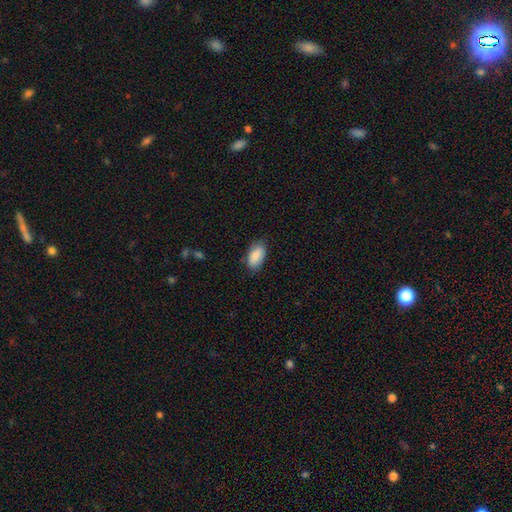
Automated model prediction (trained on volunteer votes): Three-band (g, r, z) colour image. It shows a smooth galaxy with no disk features (88%) that is in between round and cigar-shaped (93%). Merging: none (77%).